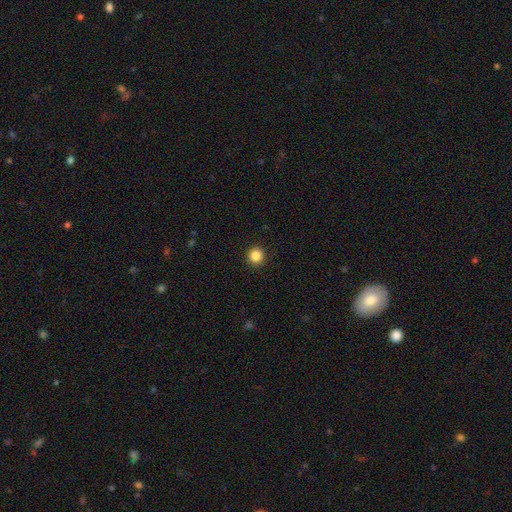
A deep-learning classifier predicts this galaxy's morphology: The model was most divided on "smooth or featured": smooth: 86%, star or artifact: 11%, featured or disk: 3%. More confident: how rounded — round (95%); merging — none (93%).